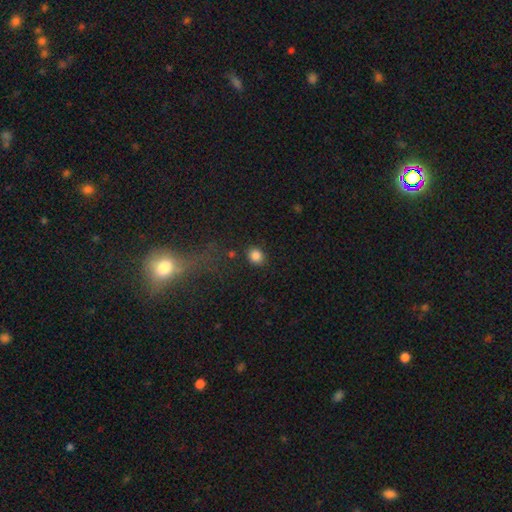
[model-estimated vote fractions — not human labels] Smooth or featured? Predicted: smooth (p=0.85). How rounded? Predicted: round (p=0.74). Merging? Predicted: none (p=0.84).